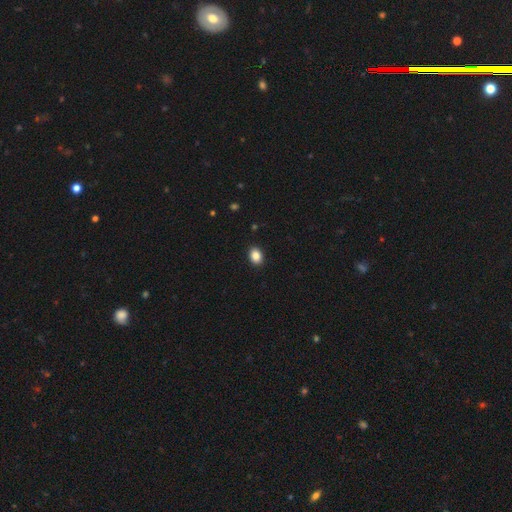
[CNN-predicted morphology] Smooth or featured? Predicted: smooth (p=0.87). How rounded? Predicted: in between (p=0.72). Merging? Predicted: none (p=0.90).